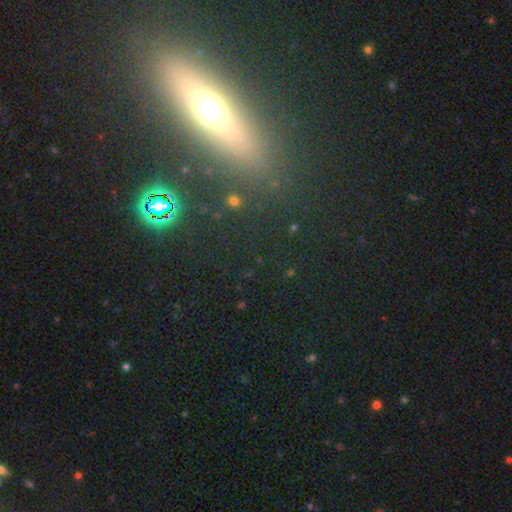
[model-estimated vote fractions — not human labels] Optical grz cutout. It shows a featured or disk galaxy (37%). Merging: none (85%).